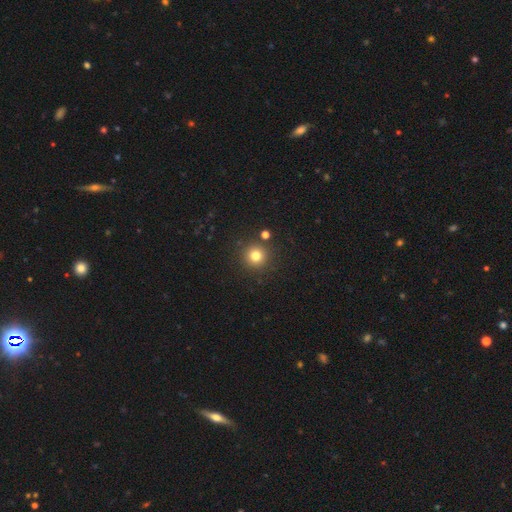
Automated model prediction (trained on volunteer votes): This is likely a smooth galaxy (79%). How rounded: clearly round (95%). Merging: clearly none (88%).